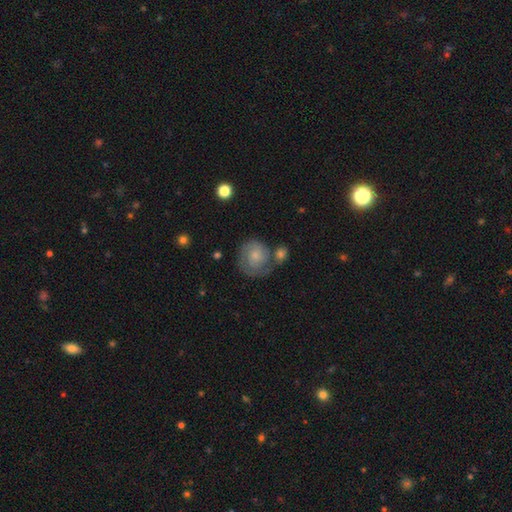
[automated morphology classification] This appears to be a featured or disk galaxy (50%). Merging: none (51%).